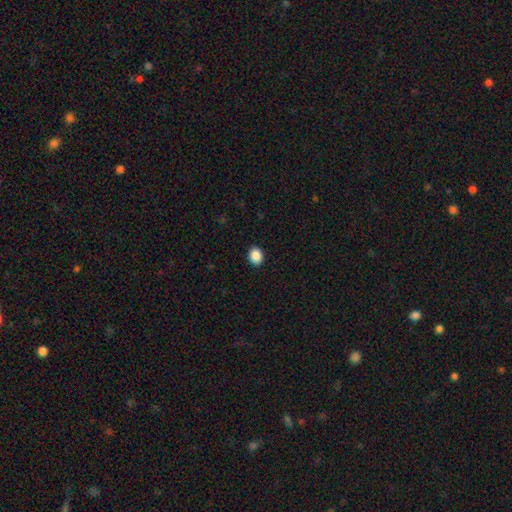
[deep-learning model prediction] Smooth or featured?
  - smooth: 89% *
  - star or artifact: 8%
  - featured or disk: 3%
How rounded?
  - round: 52% *
  - in between: 47%
  - cigar-shaped: 1%
Merging?
  - none: 92% *
  - minor disturbance: 6%
  - major disturbance: 2%
  - merger: 1%